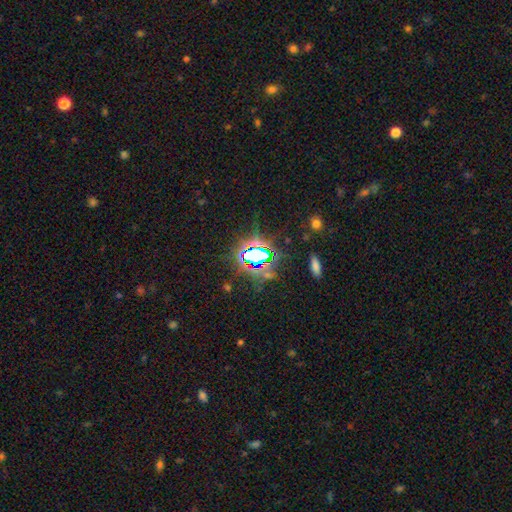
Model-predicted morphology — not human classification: Smooth or featured?
  - star or artifact: 74% *
  - smooth: 15%
  - featured or disk: 11%